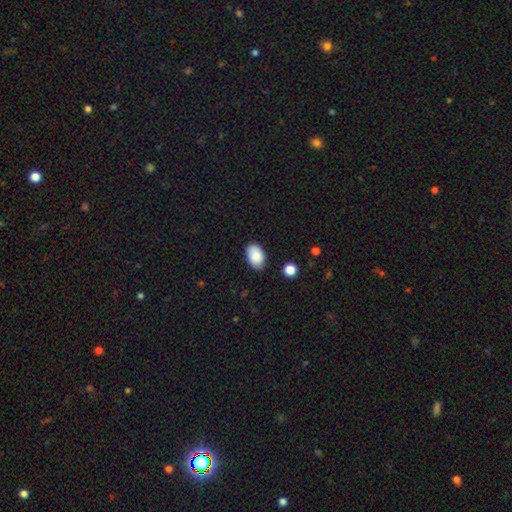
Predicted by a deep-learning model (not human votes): smooth-or-featured: smooth: 87% | star or artifact: 7% | featured or disk: 6%
  how-rounded: in between: 89% | round: 10% | cigar-shaped: 1%
  merging: none: 82% | minor disturbance: 14% | major disturbance: 3% | merger: 2%